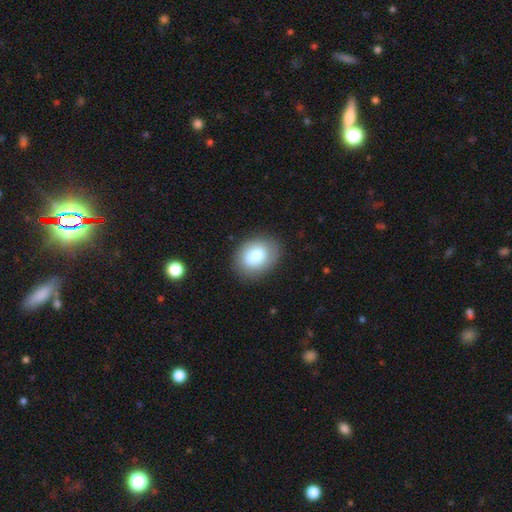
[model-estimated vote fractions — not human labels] Morphology: type=smooth (75%); roundness=in between (70%); merging=none (80%).